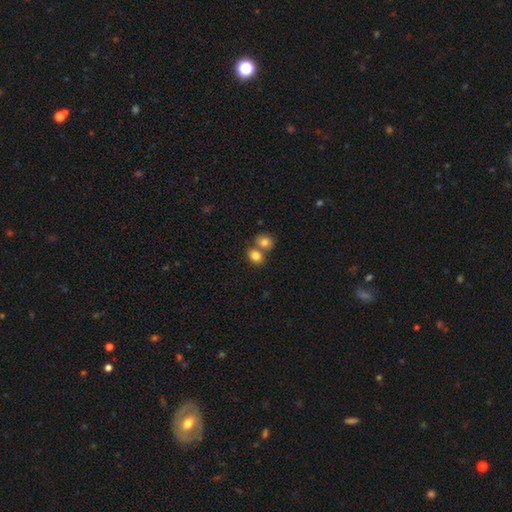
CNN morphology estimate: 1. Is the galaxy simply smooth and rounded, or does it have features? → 82% smooth, 9% star or artifact, 8% featured or disk.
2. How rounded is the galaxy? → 55% in between, 44% round, 1% cigar-shaped.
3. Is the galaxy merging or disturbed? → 47% merger, 41% none, 9% minor disturbance, 3% major disturbance.